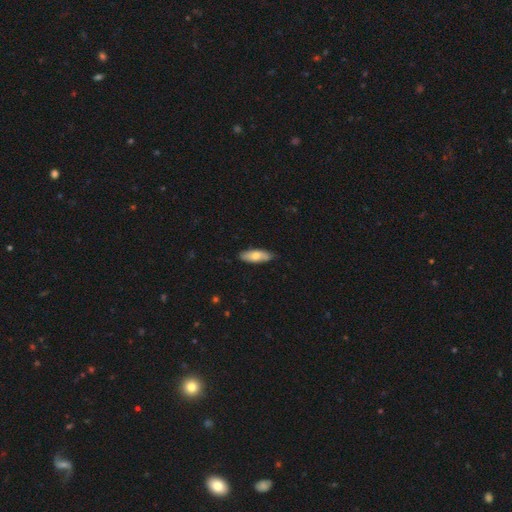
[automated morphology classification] Smooth or featured? Predicted: smooth (p=0.72). How rounded? Predicted: in between (p=0.69). Merging? Predicted: none (p=0.85).